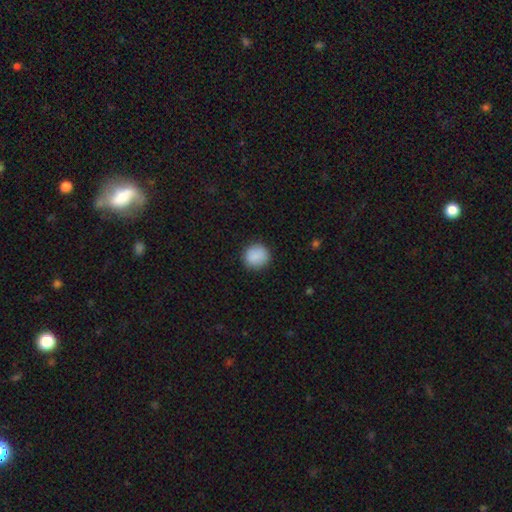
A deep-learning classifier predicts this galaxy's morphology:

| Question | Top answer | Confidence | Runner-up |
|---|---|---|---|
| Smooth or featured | smooth | 89% | star or artifact (7%) |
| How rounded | round | 89% | in between (10%) |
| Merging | none | 89% | minor disturbance (8%) |